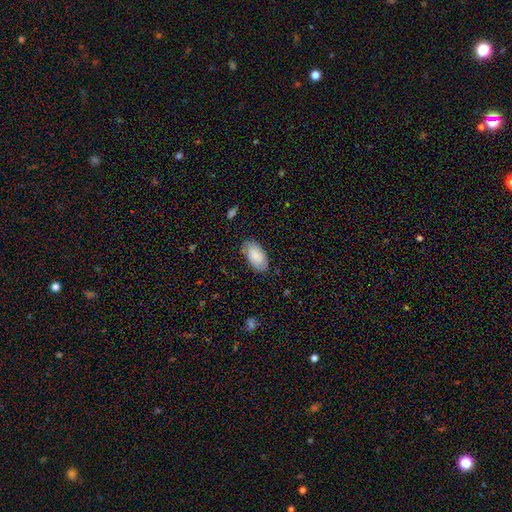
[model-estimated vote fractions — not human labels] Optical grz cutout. It shows a smooth galaxy with no disk features (80%) that is in between round and cigar-shaped (95%). Merging: none (80%).